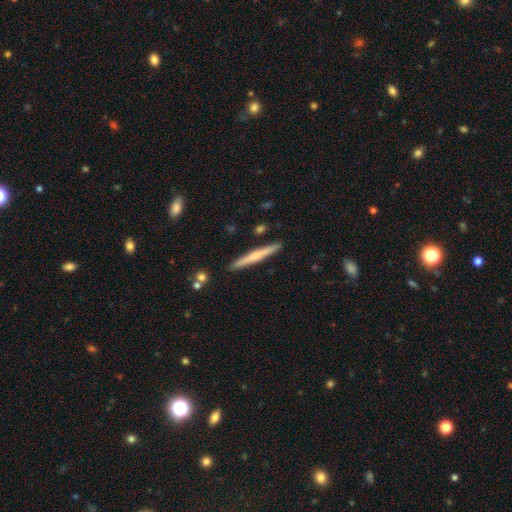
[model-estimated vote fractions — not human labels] smooth 51%, featured or disk 43%, star or artifact 6%. Down the decision tree: how rounded — cigar-shaped (96%); merging — none (91%).